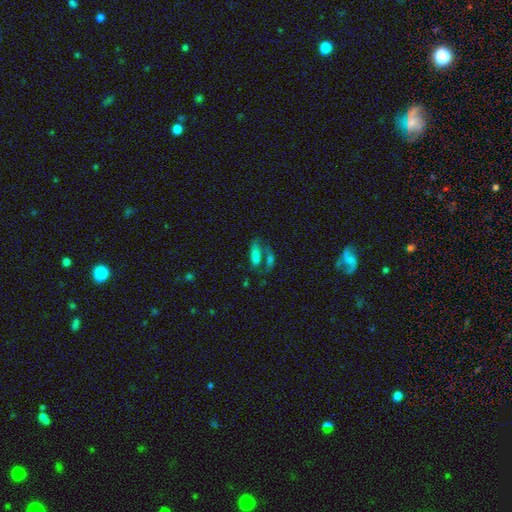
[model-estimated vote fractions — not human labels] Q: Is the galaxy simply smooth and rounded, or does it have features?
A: smooth — 68%.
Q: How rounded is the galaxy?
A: in between — 78%.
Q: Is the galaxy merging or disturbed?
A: merger — 42%.